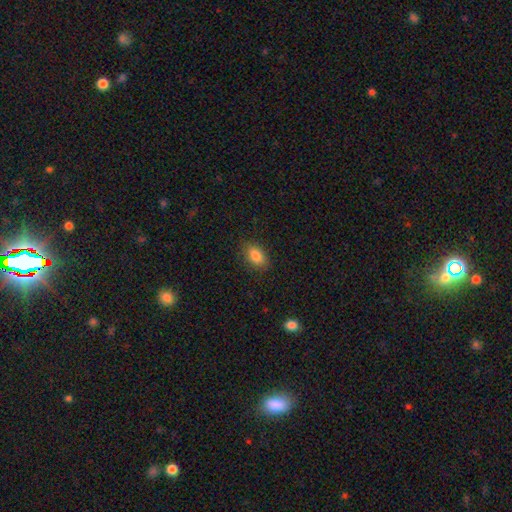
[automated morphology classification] Smooth or featured: smooth — 85% (star or artifact — 8%)
How rounded: in between — 87% (round — 10%)
Merging: none — 85% (minor disturbance — 11%)